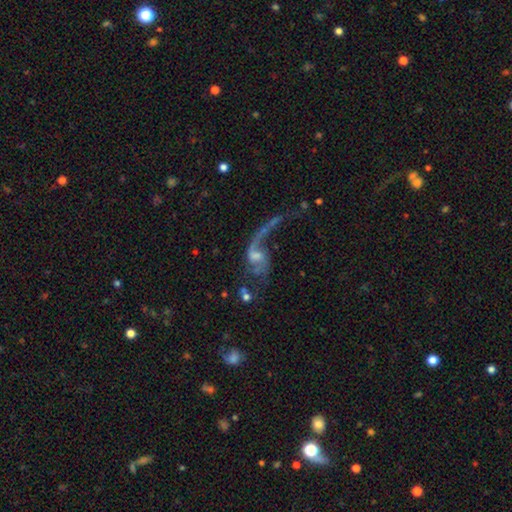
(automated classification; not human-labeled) A featured or disk galaxy (79%) with no bar (50%), 2 (56%) loose (89%) spiral arms (86%) and a small central bulge (38%).

Vote fractions:
- Smooth or featured? featured or disk: 79% / smooth: 12% / star or artifact: 10%
- Edge-on disk? no: 96% / yes: 4%
- Bar? no: 50% / weak: 39% / strong: 11%
- Spiral arms? yes: 86% / no: 14%
- Spiral winding? loose: 89% / medium: 9% / tight: 2%
- Spiral arm count? 2: 56% / 1: 37% / can't tell: 3% / 3: 1% / 4: 1% / more than 4: 1%
- Bulge size? small: 38% / moderate: 36% / none: 17% / large: 6% / dominant: 2%
- Merging? major disturbance: 42% / none: 29% / merger: 16% / minor disturbance: 13%